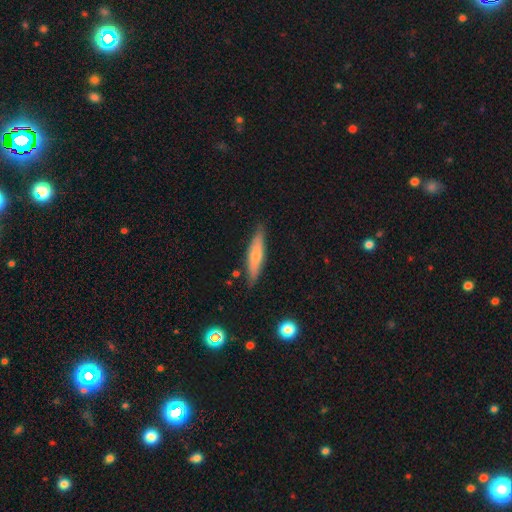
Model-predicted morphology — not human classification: smooth 59%, featured or disk 35%, star or artifact 6%. Down the decision tree: how rounded — cigar-shaped (79%); merging — none (85%).